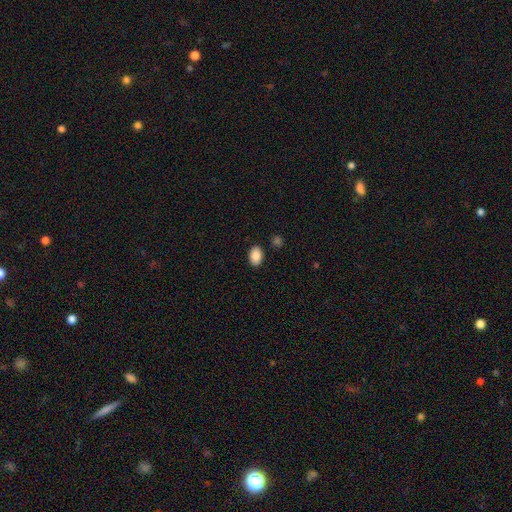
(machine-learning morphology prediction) smooth 89%, star or artifact 8%, featured or disk 4%. Down the decision tree: how rounded — in between (85%); merging — none (87%).